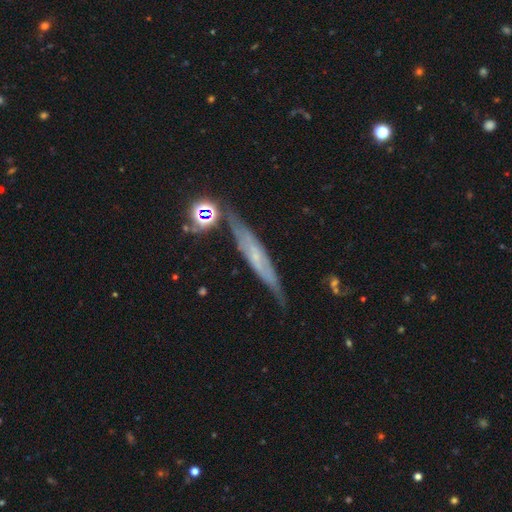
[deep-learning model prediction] Smooth or featured? Predicted: featured or disk (p=0.64). Edge-on disk? Predicted: yes (p=0.72). Merging? Predicted: none (p=0.69).